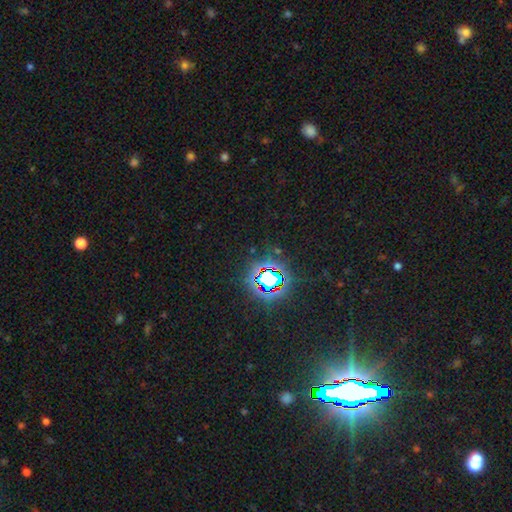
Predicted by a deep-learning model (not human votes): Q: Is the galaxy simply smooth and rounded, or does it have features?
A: star or artifact — 83%.